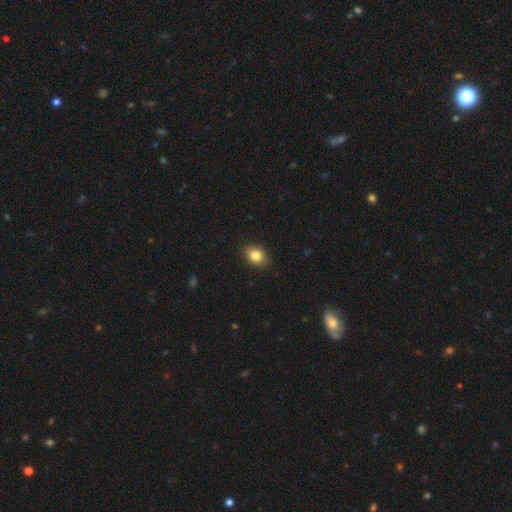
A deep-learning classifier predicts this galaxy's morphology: smooth-or-featured: smooth: 83% | star or artifact: 9% | featured or disk: 8%
  how-rounded: in between: 69% | round: 29% | cigar-shaped: 1%
  merging: none: 86% | minor disturbance: 11% | major disturbance: 2% | merger: 1%